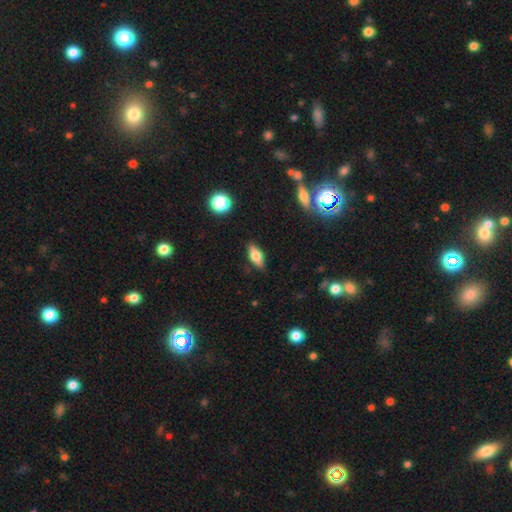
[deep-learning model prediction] smooth 65%, featured or disk 27%, star or artifact 8%. Down the decision tree: how rounded — in between (76%); merging — none (85%).